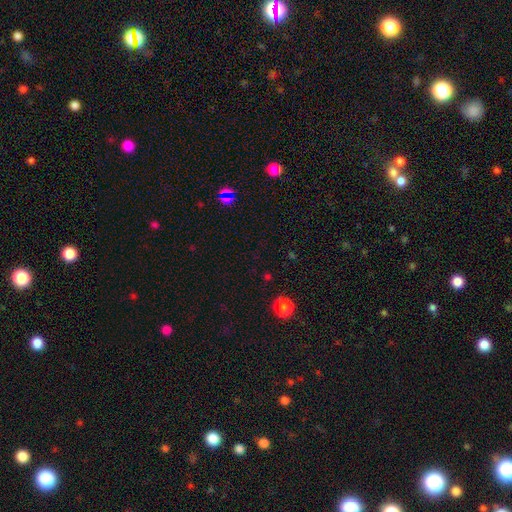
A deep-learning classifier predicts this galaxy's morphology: The model was most divided on "smooth or featured": star or artifact: 60%, smooth: 34%, featured or disk: 6%.